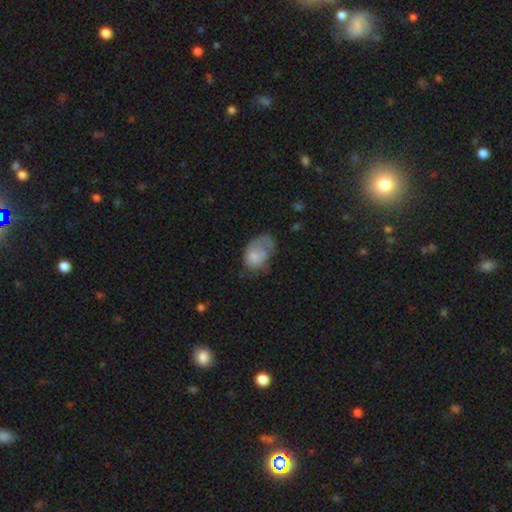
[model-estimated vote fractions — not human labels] Overall: smooth (65%; featured or disk 27%). How rounded: in between (80%). Merging: major disturbance (41%; minor disturbance 27%).